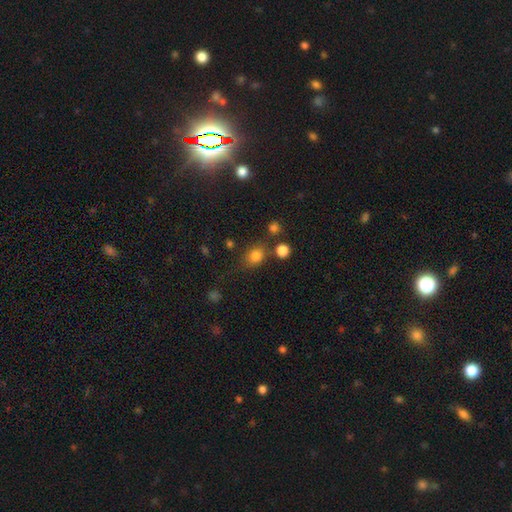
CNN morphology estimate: The model was most divided on "how rounded": round: 55%, in between: 43%, cigar-shaped: 1%. More confident: smooth or featured — smooth (80%); merging — none (69%).